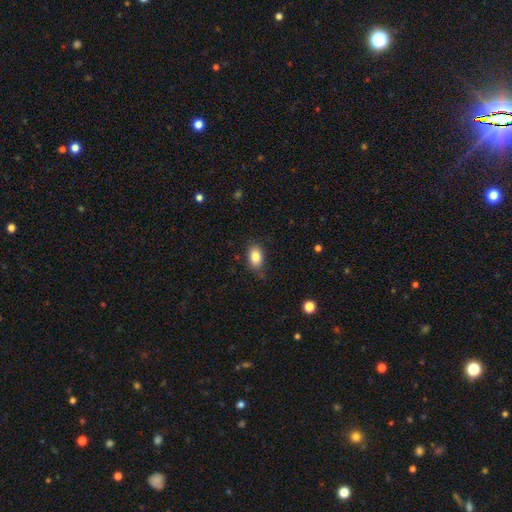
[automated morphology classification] Smooth or featured?
  - smooth: 84% *
  - star or artifact: 8%
  - featured or disk: 7%
How rounded?
  - in between: 86% *
  - round: 13%
  - cigar-shaped: 1%
Merging?
  - none: 81% *
  - minor disturbance: 15%
  - major disturbance: 3%
  - merger: 1%